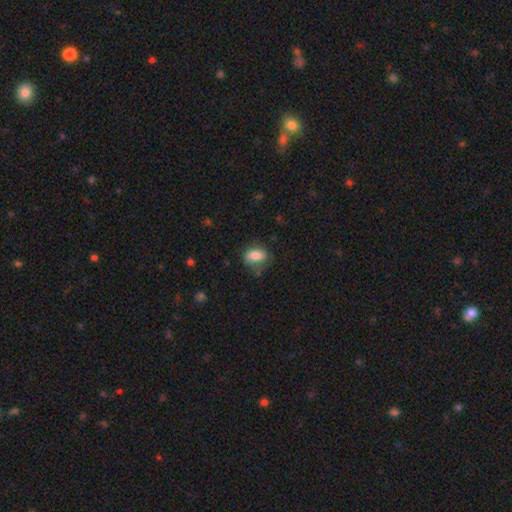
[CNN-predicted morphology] Smooth or featured: smooth — 77% (featured or disk — 15%)
How rounded: in between — 80% (round — 18%)
Merging: none — 60% (minor disturbance — 27%)